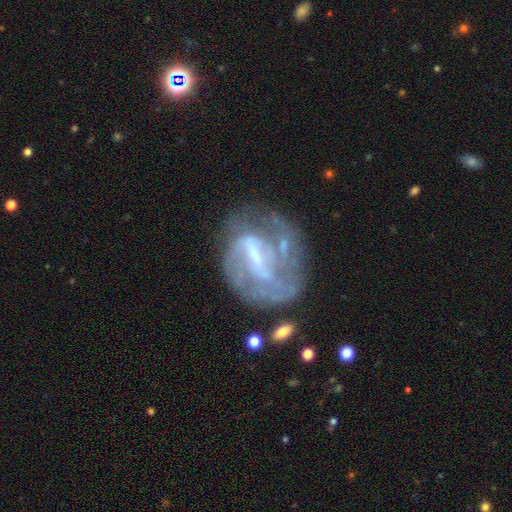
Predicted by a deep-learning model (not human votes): smooth-or-featured: featured or disk: 77% | smooth: 15% | star or artifact: 8%
  disk-edge-on: no: 97% | yes: 3%
    bar: strong: 41% | weak: 40% | no: 19%
    has-spiral-arms: yes: 68% | no: 32%
      spiral-winding: tight: 42% | medium: 35% | loose: 22%
      spiral-arm-count: can't tell: 39% | 2: 31% | 1: 15% | 3: 9% | 4: 4% | more than 4: 3%
    bulge-size: none: 37% | small: 35% | moderate: 23% | large: 4% | dominant: 1%
  merging: none: 48% | major disturbance: 25% | minor disturbance: 21% | merger: 6%